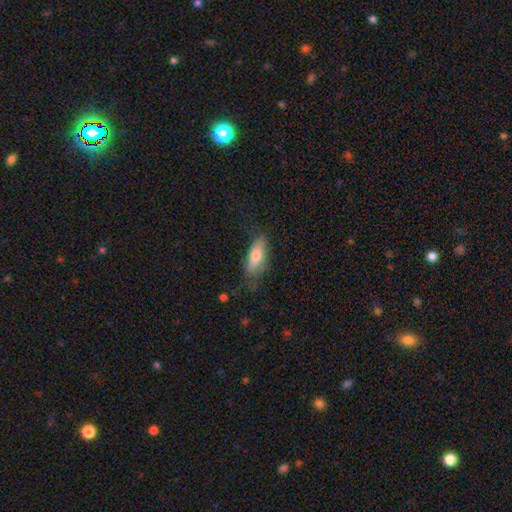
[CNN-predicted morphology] type=smooth (74%); roundness=in between (71%); merging=none (62%).